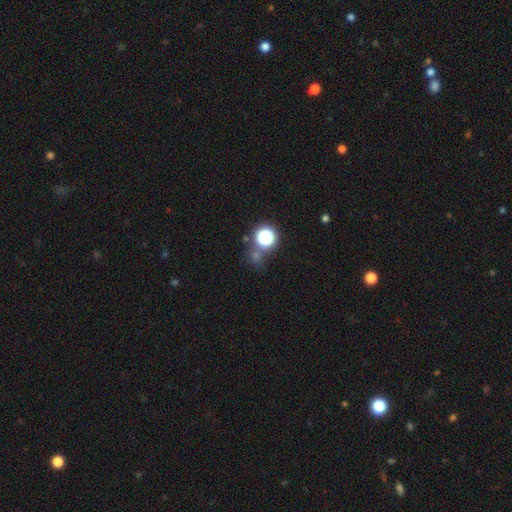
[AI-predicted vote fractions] This appears to be a star or artifact, not a galaxy (55%).